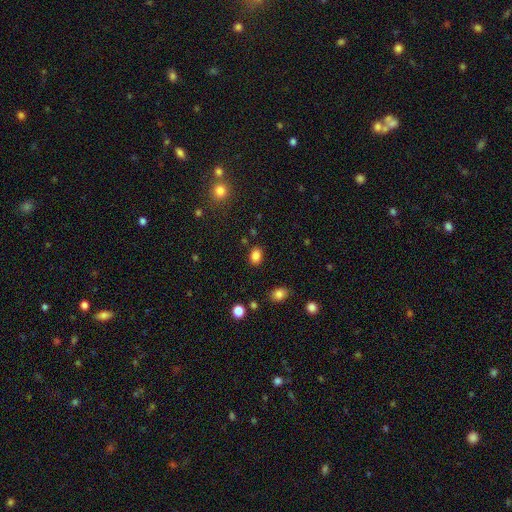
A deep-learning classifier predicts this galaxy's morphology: The model was most divided on "how rounded": in between: 68%, round: 30%, cigar-shaped: 1%. More confident: merging — none (85%); smooth or featured — smooth (85%).